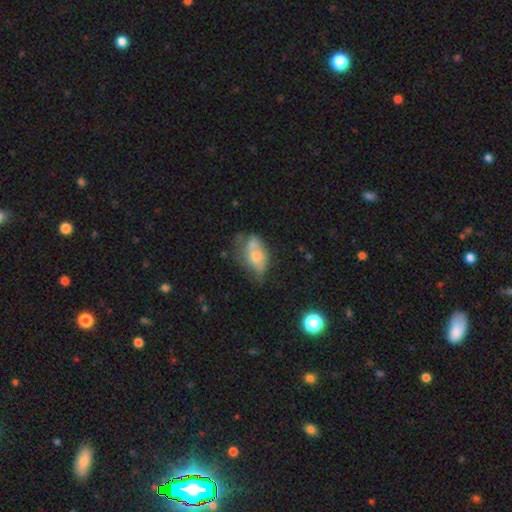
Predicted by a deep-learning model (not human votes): Q: Smooth or featured?
A: smooth (51%); runner-up: featured or disk (39%)
Q: How rounded?
A: in between (84%); runner-up: round (12%)
Q: Merging?
A: merger (32%); runner-up: none (26%)